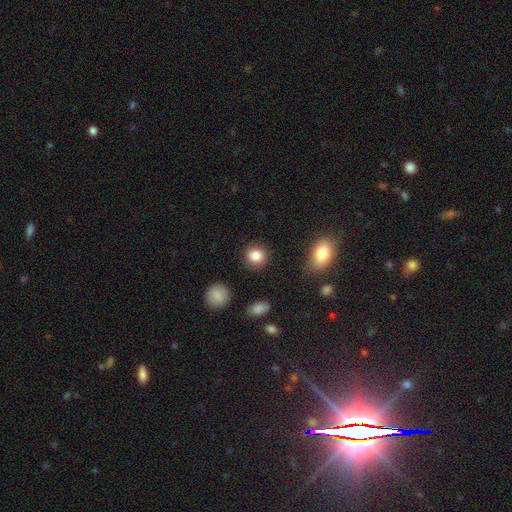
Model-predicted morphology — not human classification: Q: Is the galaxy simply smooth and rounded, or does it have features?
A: smooth — 85%.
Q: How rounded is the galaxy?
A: round — 88%.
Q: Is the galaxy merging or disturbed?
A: none — 89%.